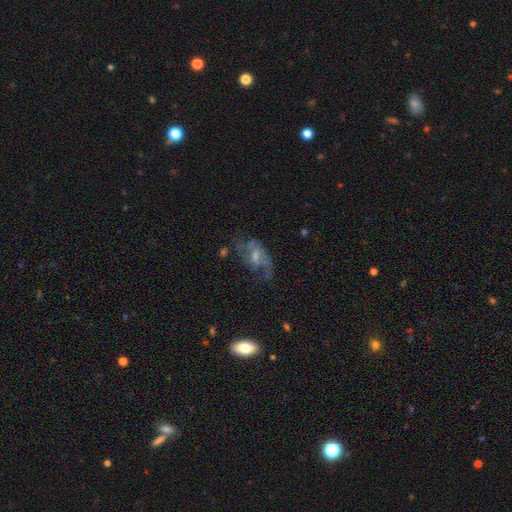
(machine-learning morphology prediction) Smooth or featured?
  - featured or disk: 69% *
  - smooth: 18%
  - star or artifact: 13%
Edge-on disk?
  - no: 95% *
  - yes: 5%
Bar?
  - no: 47% *
  - weak: 43%
  - strong: 10%
Spiral arms?
  - yes: 77% *
  - no: 23%
Spiral winding?
  - medium: 44% *
  - loose: 35%
  - tight: 21%
Spiral arm count?
  - 2: 50% *
  - can't tell: 26%
  - 1: 15%
  - 3: 5%
  - 4: 2%
  - more than 4: 2%
Bulge size?
  - small: 43% *
  - moderate: 40%
  - none: 11%
  - large: 4%
  - dominant: 1%
Merging?
  - none: 50% *
  - major disturbance: 26%
  - minor disturbance: 21%
  - merger: 3%